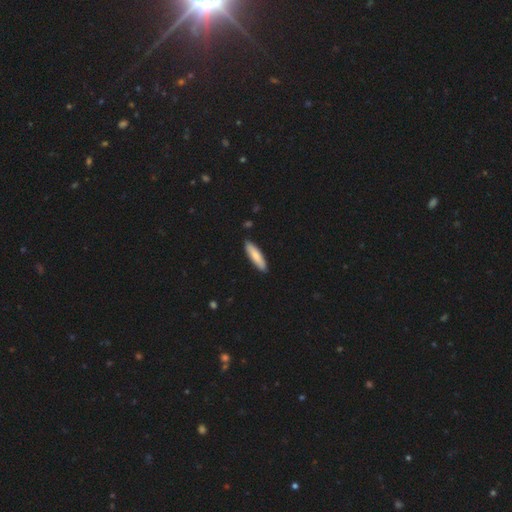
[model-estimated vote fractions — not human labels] Overall: smooth (78%). How rounded: cigar-shaped (73%). Merging: none (90%).